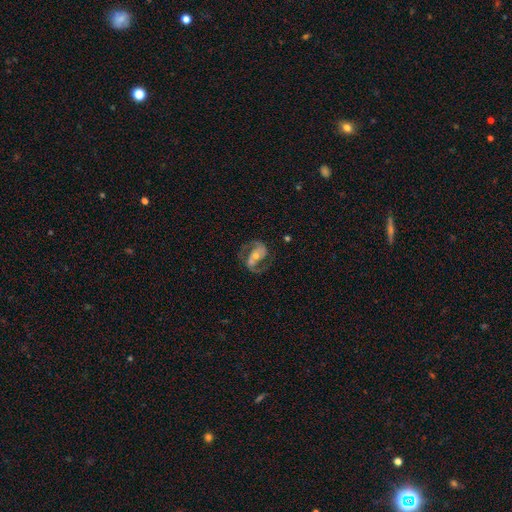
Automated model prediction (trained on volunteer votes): This is clearly a featured or disk galaxy (87%). It is clearly not viewed edge-on (97%). Bar: marginally weak (34%, tied with no). Spiral arm pattern: clearly yes (95%). Spiral arm count: clearly 2 (92%). Spiral winding: possibly medium (58%). Central bulge: possibly moderate (48%). Merging: likely none (73%).